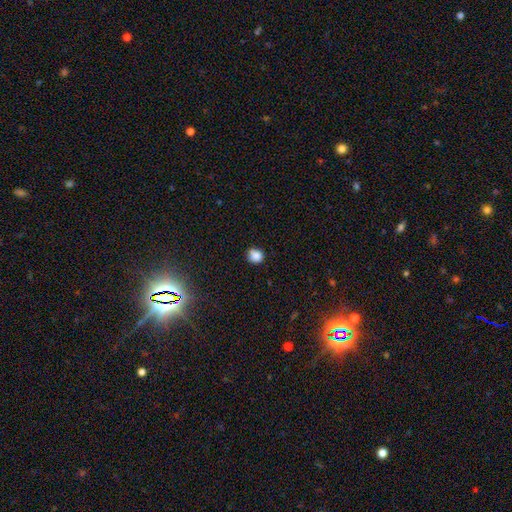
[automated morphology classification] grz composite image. It shows a smooth galaxy with no disk features (85%) that is round (81%). Merging: none (75%).